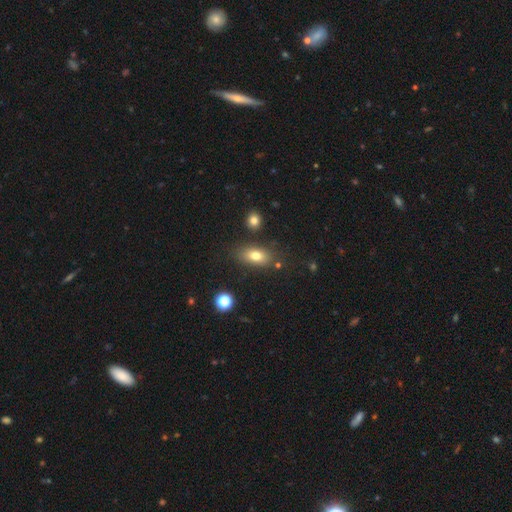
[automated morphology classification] smooth-or-featured: smooth: 75% | featured or disk: 14% | star or artifact: 11%
  how-rounded: in between: 83% | round: 11% | cigar-shaped: 7%
  merging: none: 77% | minor disturbance: 14% | merger: 5% | major disturbance: 5%